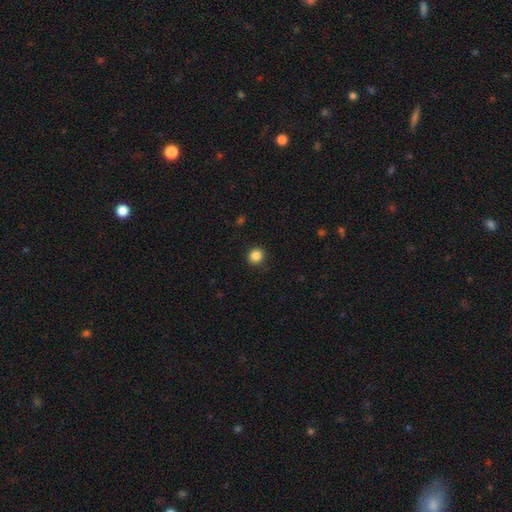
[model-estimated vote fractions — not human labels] This appears to be a smooth galaxy with no disk features (86%) that is round (89%). Merging: none (91%).